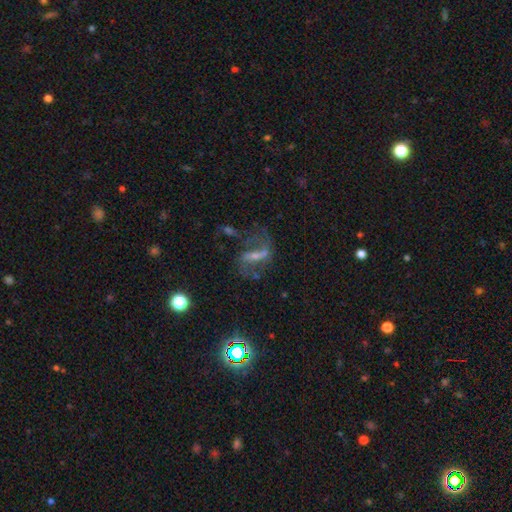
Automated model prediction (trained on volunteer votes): Smooth or featured?
  - featured or disk: 69% *
  - star or artifact: 18%
  - smooth: 13%
Edge-on disk?
  - no: 91% *
  - yes: 9%
Bar?
  - strong: 52% *
  - weak: 33%
  - no: 15%
Spiral arms?
  - yes: 83% *
  - no: 17%
Spiral winding?
  - loose: 63% *
  - medium: 29%
  - tight: 9%
Spiral arm count?
  - 2: 82% *
  - 1: 8%
  - can't tell: 7%
  - 3: 1%
  - 4: 1%
  - more than 4: 1%
Bulge size?
  - small: 51% *
  - moderate: 22%
  - none: 22%
  - large: 3%
  - dominant: 1%
Merging?
  - none: 55% *
  - major disturbance: 22%
  - minor disturbance: 17%
  - merger: 6%